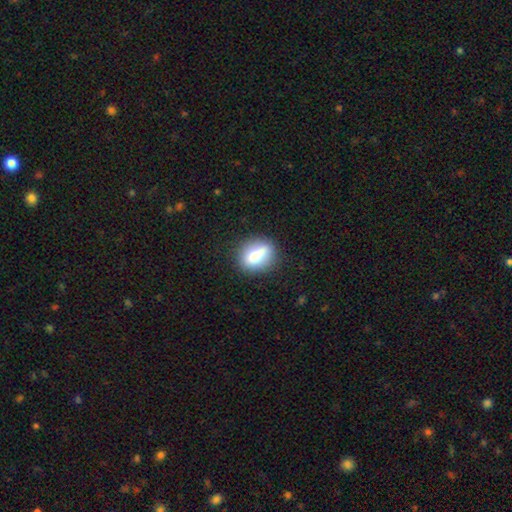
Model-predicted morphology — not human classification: Smooth or featured? Predicted: smooth (p=0.65). How rounded? Predicted: in between (p=0.49). Merging? Predicted: none (p=0.76).